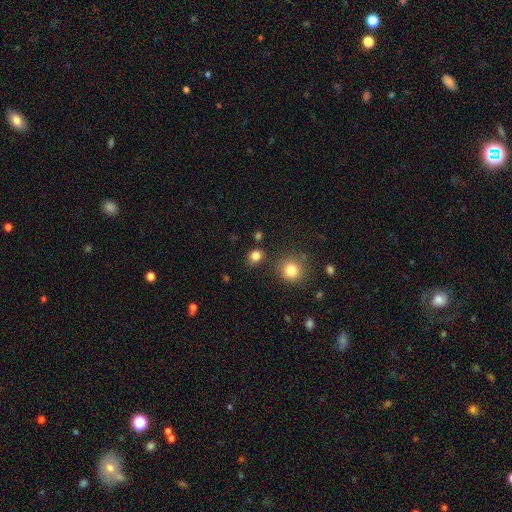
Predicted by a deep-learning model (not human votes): Smooth or featured? Predicted: smooth (p=0.82). How rounded? Predicted: round (p=0.67). Merging? Predicted: none (p=0.80).